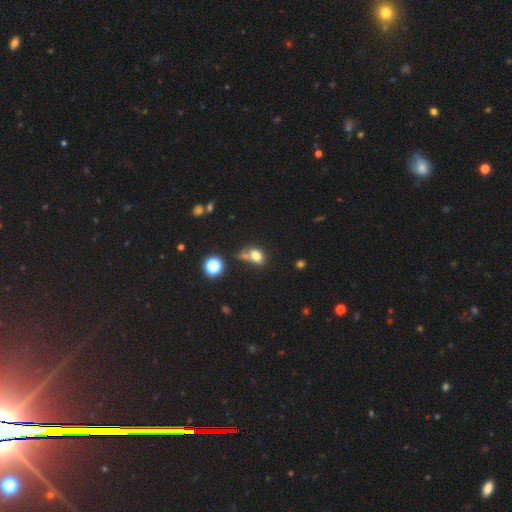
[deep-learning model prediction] Smooth or featured? Predicted: smooth (p=0.75). How rounded? Predicted: in between (p=0.76). Merging? Predicted: none (p=0.42).